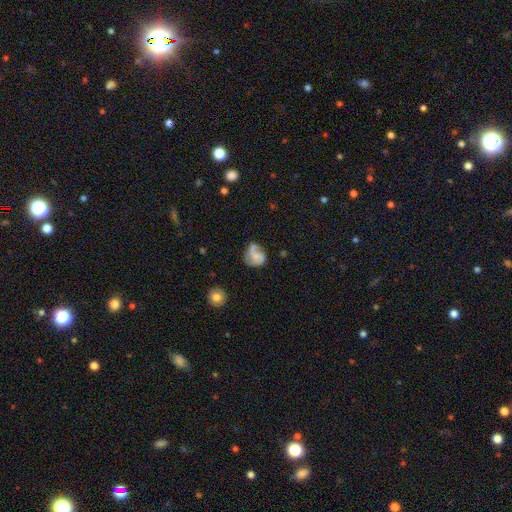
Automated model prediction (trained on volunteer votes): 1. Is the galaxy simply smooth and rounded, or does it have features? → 65% featured or disk, 28% smooth, 7% star or artifact.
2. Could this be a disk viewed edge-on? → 98% no, 2% yes.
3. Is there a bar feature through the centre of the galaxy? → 56% no, 36% weak, 7% strong.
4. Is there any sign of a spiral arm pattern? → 90% yes, 10% no.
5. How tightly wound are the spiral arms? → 47% medium, 28% loose, 25% tight.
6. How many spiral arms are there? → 74% 2, 10% 1, 9% can't tell, 5% 3, 1% 4, 1% more than 4.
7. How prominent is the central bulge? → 46% small, 27% moderate, 24% none, 2% large, 1% dominant.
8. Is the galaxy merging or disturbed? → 59% none, 24% minor disturbance, 12% major disturbance, 5% merger.